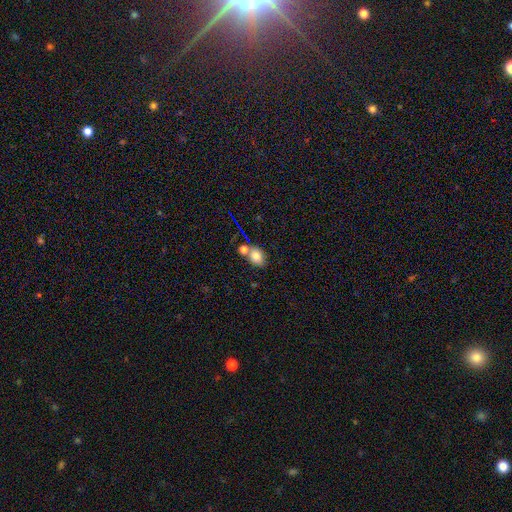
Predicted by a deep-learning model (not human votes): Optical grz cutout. It shows a smooth galaxy with no disk features (77%) that is in between round and cigar-shaped (69%). Merging: none (59%).